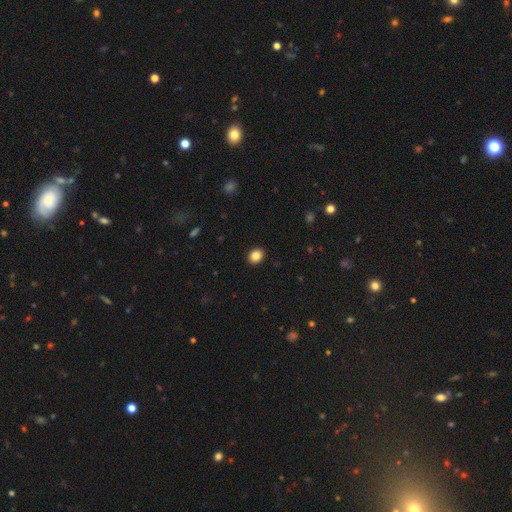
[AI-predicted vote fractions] Overall: smooth (84%). How rounded: round (59%; in between 41%). Merging: none (91%).